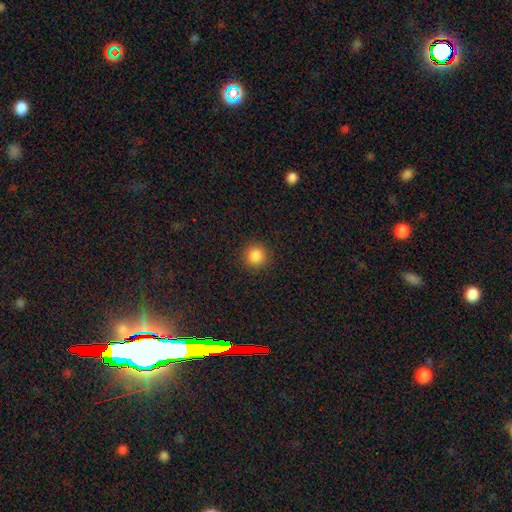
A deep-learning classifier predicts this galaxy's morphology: Smooth or featured: smooth — 86% (star or artifact — 11%)
How rounded: round — 94% (in between — 5%)
Merging: none — 91% (minor disturbance — 6%)